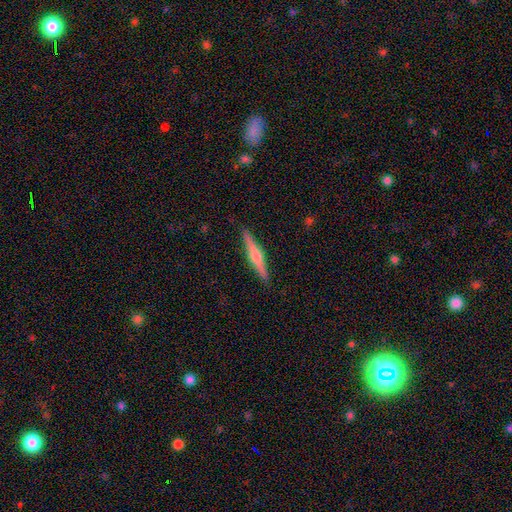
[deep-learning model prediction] Smooth or featured?
  - featured or disk: 67% *
  - smooth: 27%
  - star or artifact: 6%
Edge-on disk?
  - yes: 98% *
  - no: 2%
Edge-on bulge?
  - rounded: 87% *
  - boxy: 8%
  - none: 6%
Merging?
  - none: 91% *
  - minor disturbance: 6%
  - major disturbance: 1%
  - merger: 1%